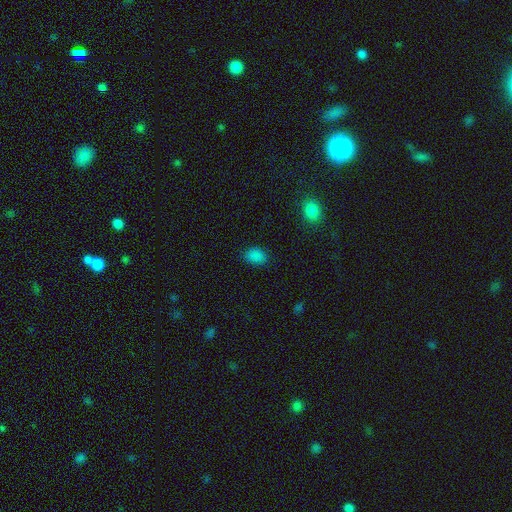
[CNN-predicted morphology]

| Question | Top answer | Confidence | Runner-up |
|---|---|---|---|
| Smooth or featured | smooth | 82% | star or artifact (15%) |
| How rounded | in between | 77% | round (22%) |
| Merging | none | 83% | minor disturbance (13%) |